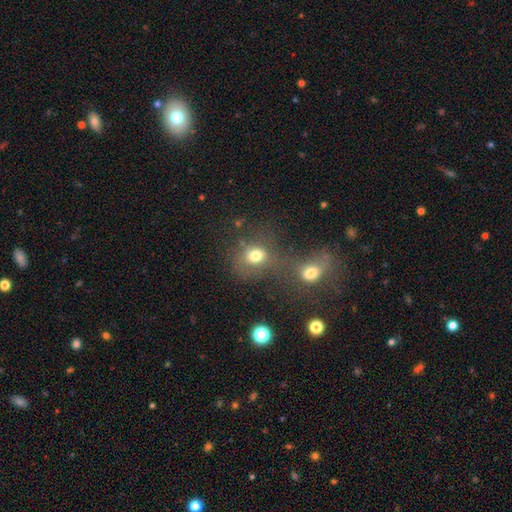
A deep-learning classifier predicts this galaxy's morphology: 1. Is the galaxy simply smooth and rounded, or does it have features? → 73% smooth, 16% star or artifact, 11% featured or disk.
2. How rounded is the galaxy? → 68% round, 31% in between, 1% cigar-shaped.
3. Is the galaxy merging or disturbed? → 48% merger, 34% none, 9% minor disturbance, 9% major disturbance.